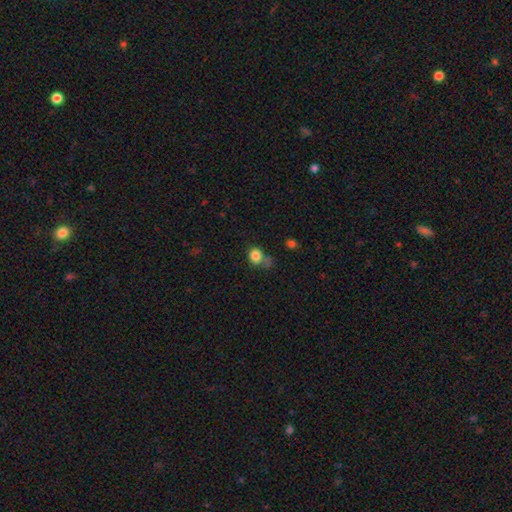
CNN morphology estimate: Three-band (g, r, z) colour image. It shows a smooth galaxy with no disk features (82%) that is round (67%). Merging: none (50%).